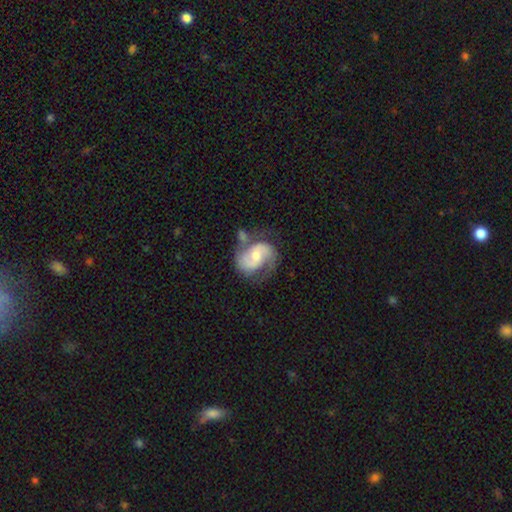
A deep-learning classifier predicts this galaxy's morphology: Overall: featured or disk (78%). Edge-on disk: no (98%). Bar: no (49%; weak 41%). Spiral arms: yes (93%). Spiral arm count: 2 (85%). Spiral winding: medium (51%; loose 28%). Bulge size: moderate (51%; small 40%). Merging: none (49%; minor disturbance 22%).